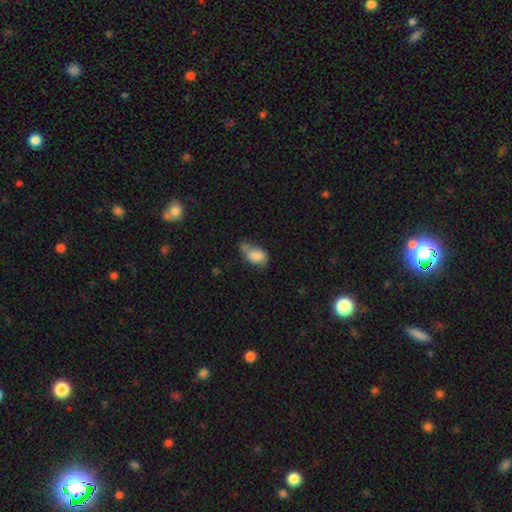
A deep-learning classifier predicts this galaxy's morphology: Smooth or featured? smooth (80%)
How rounded? in between (84%)
Merging? minor disturbance (32%)